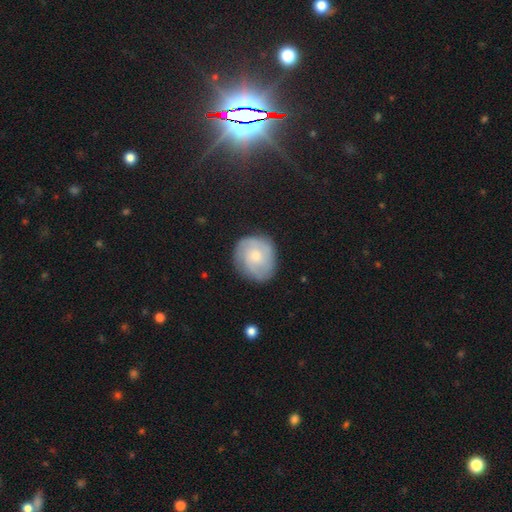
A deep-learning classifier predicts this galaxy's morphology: Overall: featured or disk (56%; smooth 37%). Edge-on disk: no (98%). Bar: no (77%). Spiral arms: yes (86%). Bulge size: moderate (49%; small 43%). Merging: none (77%).